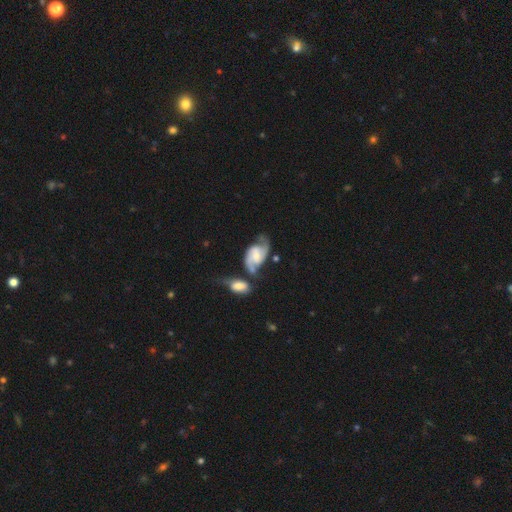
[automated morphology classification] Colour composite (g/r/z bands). It shows a featured or disk galaxy (85%) with no bar (47%), 2 (90%) medium (47%) spiral arms (96%) and a small central bulge (49%). Merging: none (38%).